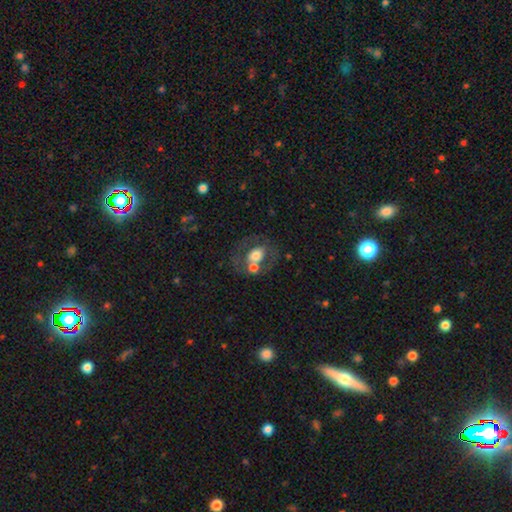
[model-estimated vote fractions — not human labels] smooth-or-featured: smooth: 53% | featured or disk: 37% | star or artifact: 9%
  how-rounded: in between: 54% | round: 44% | cigar-shaped: 1%
  merging: none: 46% | merger: 32% | minor disturbance: 14% | major disturbance: 8%